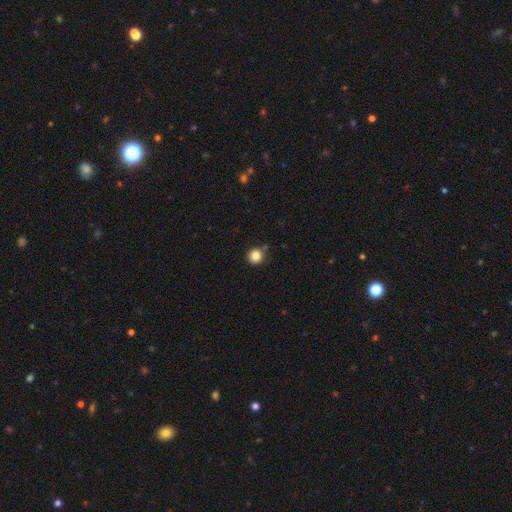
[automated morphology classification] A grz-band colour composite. It shows a smooth galaxy with no disk features (85%) that is round (94%). Merging: none (84%).